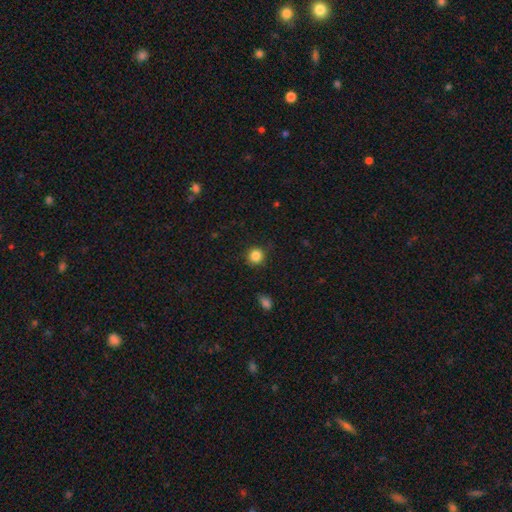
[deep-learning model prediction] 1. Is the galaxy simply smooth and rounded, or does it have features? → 85% smooth, 11% star or artifact, 4% featured or disk.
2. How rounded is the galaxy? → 92% round, 7% in between, 1% cigar-shaped.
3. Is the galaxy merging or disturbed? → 85% none, 11% minor disturbance, 3% major disturbance, 1% merger.